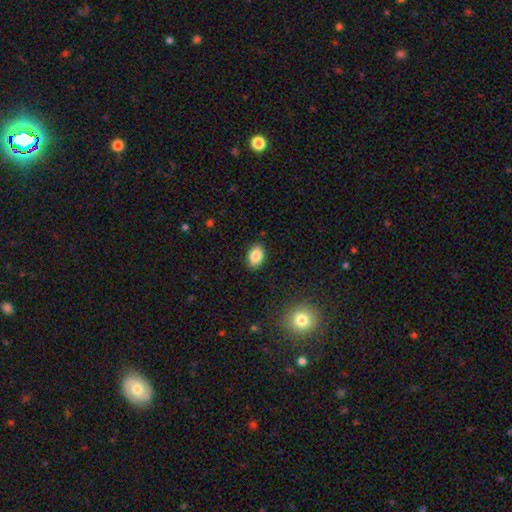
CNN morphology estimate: This is clearly a smooth galaxy (86%). How rounded: clearly in between (83%). Merging: clearly none (87%).